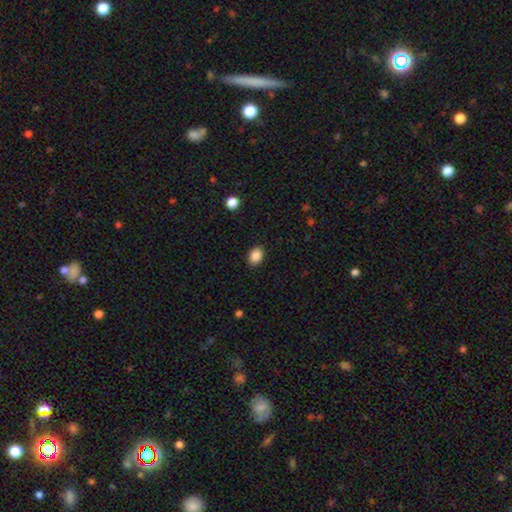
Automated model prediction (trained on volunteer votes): Smooth or featured? Predicted: smooth (p=0.88). How rounded? Predicted: in between (p=0.69). Merging? Predicted: none (p=0.89).